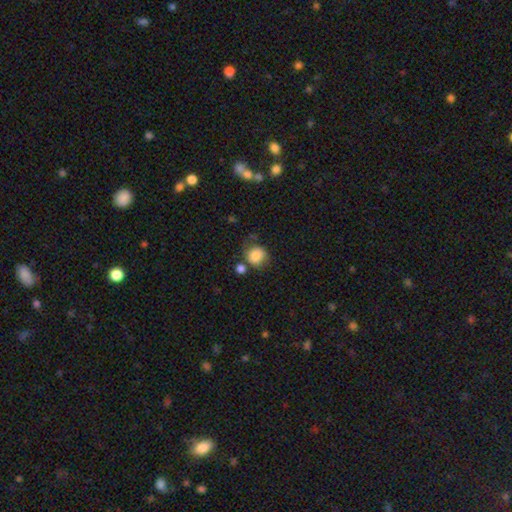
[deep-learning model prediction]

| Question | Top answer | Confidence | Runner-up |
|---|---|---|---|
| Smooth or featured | smooth | 82% | featured or disk (9%) |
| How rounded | round | 83% | in between (16%) |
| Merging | none | 59% | minor disturbance (21%) |